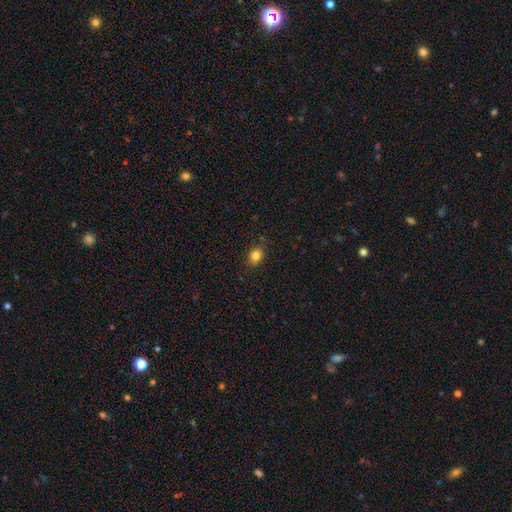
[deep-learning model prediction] The model was most divided on "how rounded": round: 50%, in between: 49%, cigar-shaped: 1%. More confident: merging — none (86%); smooth or featured — smooth (83%).